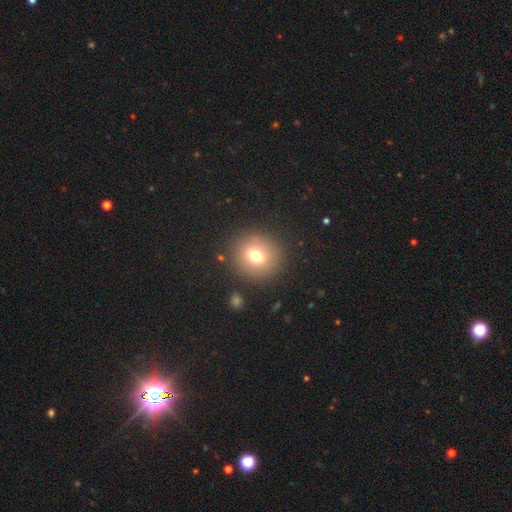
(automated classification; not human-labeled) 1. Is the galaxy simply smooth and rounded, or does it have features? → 72% smooth, 14% featured or disk, 14% star or artifact.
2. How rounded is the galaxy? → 87% round, 12% in between, 1% cigar-shaped.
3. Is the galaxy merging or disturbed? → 87% none, 7% minor disturbance, 4% major disturbance, 2% merger.